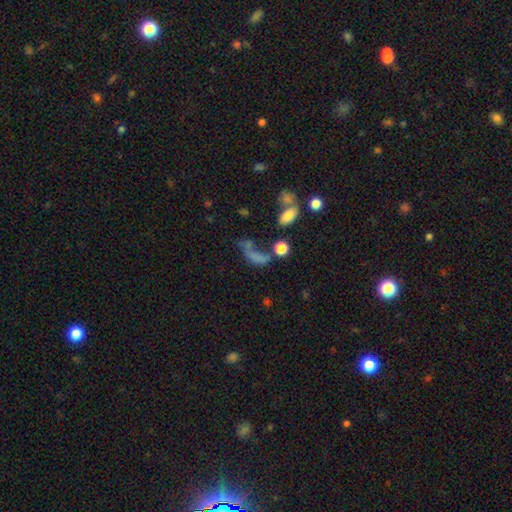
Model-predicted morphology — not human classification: A smooth galaxy with no disk features (57%) that is in between round and cigar-shaped (67%). Merging: major disturbance (32%).